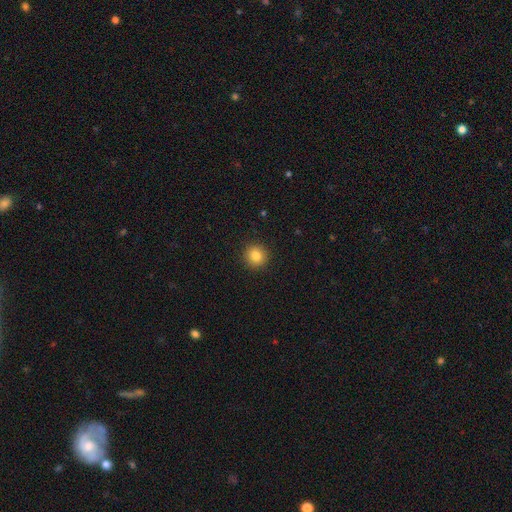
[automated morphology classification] smooth_or_featured: smooth (p=0.83) [alt: star or artifact p=0.11]
how_rounded: round (p=0.92) [alt: in between p=0.07]
merging: none (p=0.92) [alt: minor disturbance p=0.05]